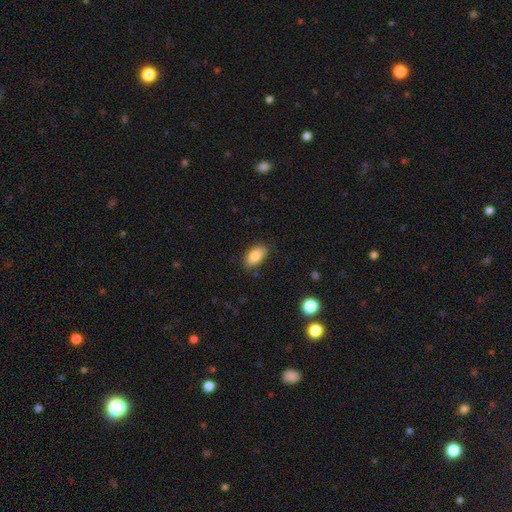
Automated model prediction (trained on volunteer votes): Overall: smooth (86%). How rounded: in between (93%). Merging: none (85%).